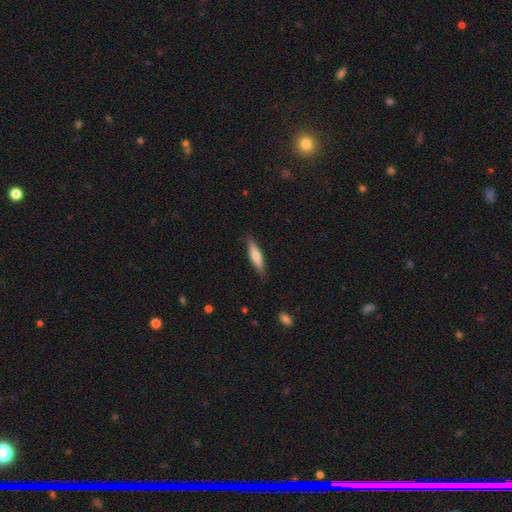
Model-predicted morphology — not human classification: smooth_or_featured: smooth (p=0.66) [alt: featured or disk p=0.29]
how_rounded: cigar-shaped (p=0.74) [alt: in between p=0.24]
merging: none (p=0.84) [alt: minor disturbance p=0.12]